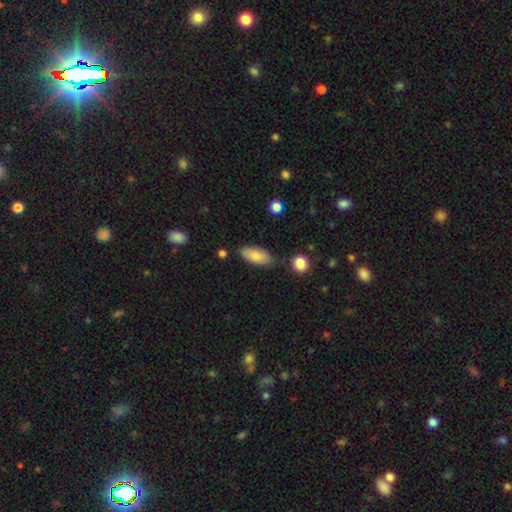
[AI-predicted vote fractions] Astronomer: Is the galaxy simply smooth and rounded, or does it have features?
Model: smooth — 80%.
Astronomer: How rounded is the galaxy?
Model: in between — 87%.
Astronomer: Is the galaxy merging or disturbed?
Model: none — 73%.